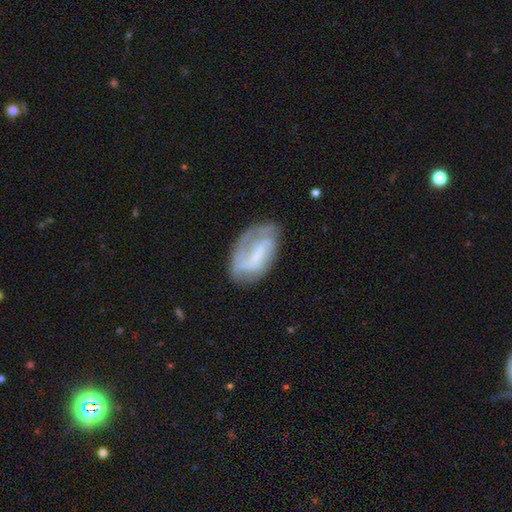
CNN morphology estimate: This appears to be a featured or disk galaxy (62%) with a weak bar (40%), spiral arms (73%) and no central bulge (41%). Merging: none (52%).